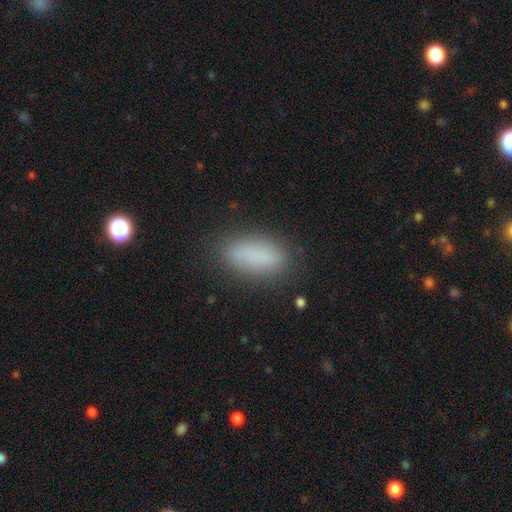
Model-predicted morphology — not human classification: smooth-or-featured: smooth: 83% | star or artifact: 9% | featured or disk: 8%
  how-rounded: in between: 74% | cigar-shaped: 23% | round: 3%
  merging: none: 83% | minor disturbance: 12% | major disturbance: 4% | merger: 2%